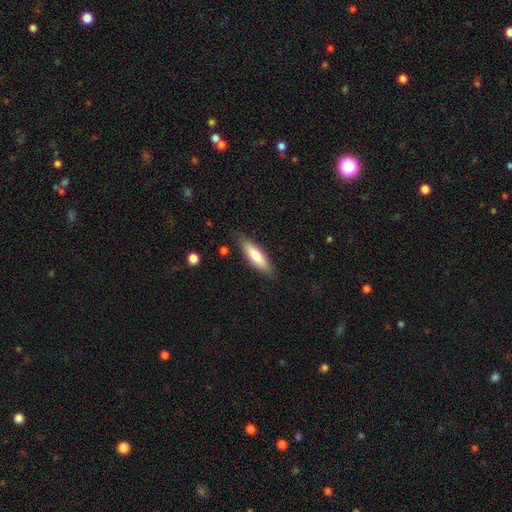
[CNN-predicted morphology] The model was most divided on "how rounded": cigar-shaped: 63%, in between: 36%, round: 2%. More confident: merging — none (85%); smooth or featured — smooth (71%).